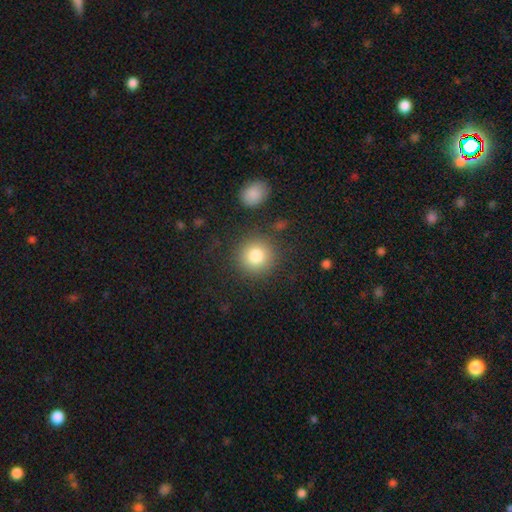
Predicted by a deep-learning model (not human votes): This appears to be a smooth galaxy with no disk features (83%) that is round (93%). Merging: none (85%).